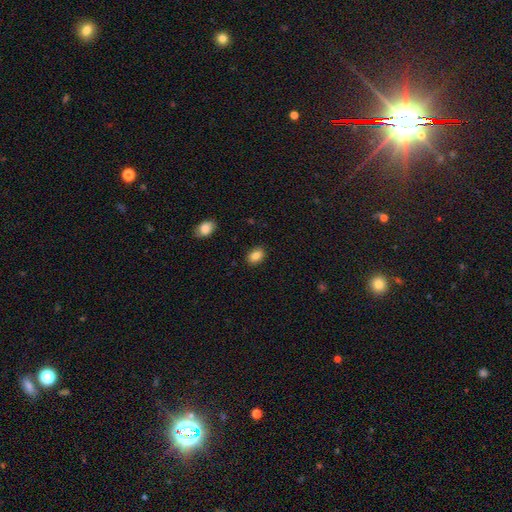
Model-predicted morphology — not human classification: A smooth galaxy with no disk features (86%) that is in between round and cigar-shaped (77%). Merging: none (88%).